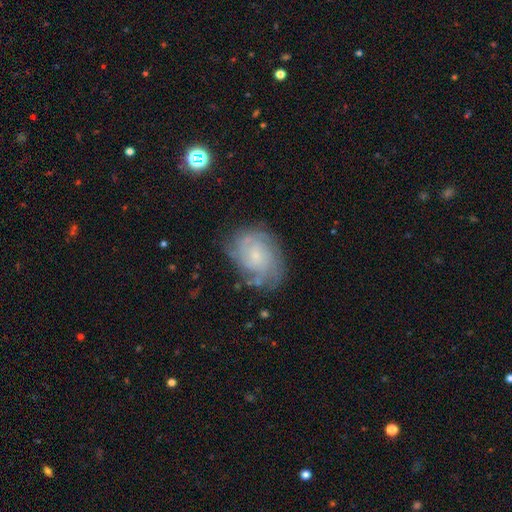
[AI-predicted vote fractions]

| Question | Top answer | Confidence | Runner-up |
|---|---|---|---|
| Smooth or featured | featured or disk | 74% | smooth (17%) |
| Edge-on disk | no | 97% | yes (3%) |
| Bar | no | 71% | weak (25%) |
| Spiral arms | yes | 92% | no (8%) |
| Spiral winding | tight | 66% | medium (27%) |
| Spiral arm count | can't tell | 45% | 3 (16%) |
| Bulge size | small | 73% | moderate (19%) |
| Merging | none | 70% | minor disturbance (20%) |